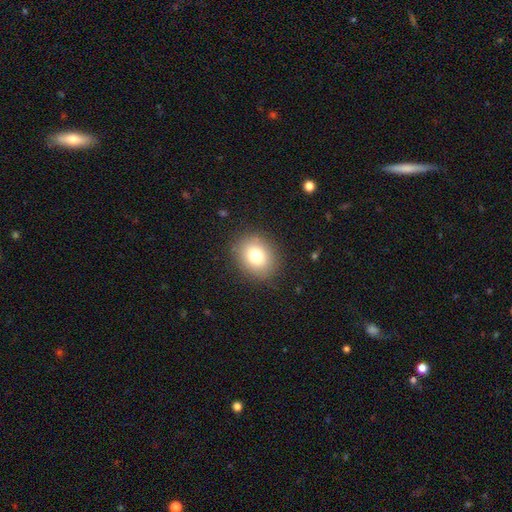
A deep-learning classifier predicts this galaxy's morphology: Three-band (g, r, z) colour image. It shows a smooth galaxy with no disk features (78%) that is round (61%). Merging: none (87%).